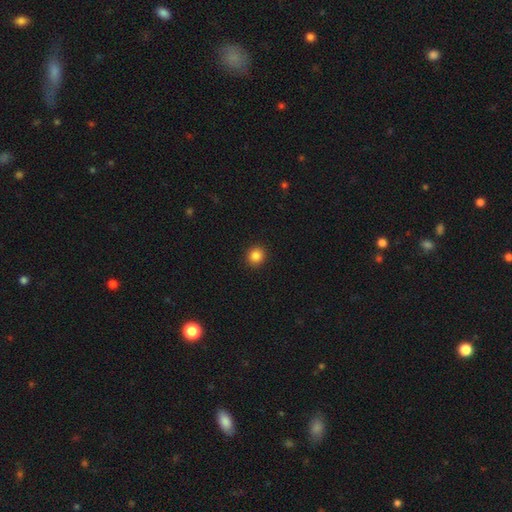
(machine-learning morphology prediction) A smooth galaxy with no disk features (86%) that is round (87%).

Vote fractions:
- Smooth or featured? smooth: 86% / star or artifact: 11% / featured or disk: 4%
- How rounded? round: 87% / in between: 12% / cigar-shaped: 1%
- Merging? none: 92% / minor disturbance: 5% / major disturbance: 2% / merger: 1%